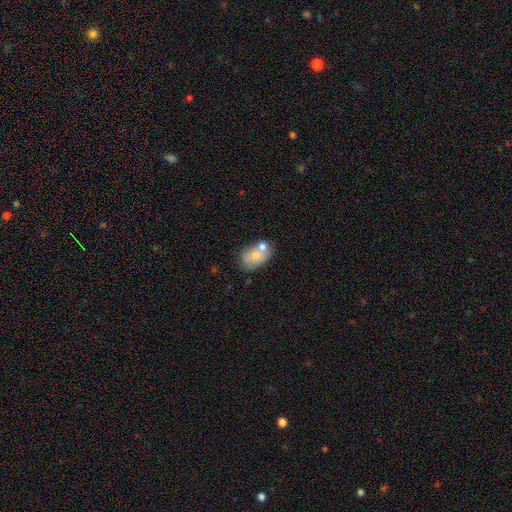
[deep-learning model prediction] The model was most divided on "merging": none: 43%, merger: 33%, minor disturbance: 18%, major disturbance: 6%. More confident: how rounded — in between (83%); smooth or featured — smooth (67%).